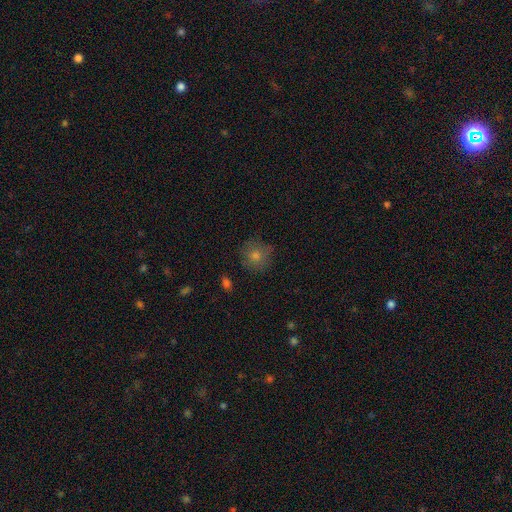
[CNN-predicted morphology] smooth 71%, star or artifact 16%, featured or disk 13%. Down the decision tree: how rounded — round (91%); merging — none (81%).